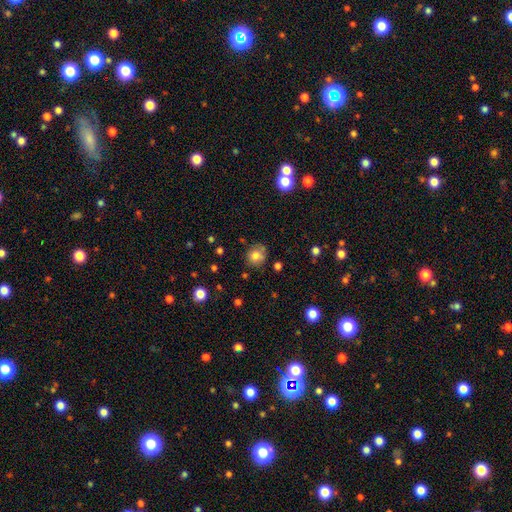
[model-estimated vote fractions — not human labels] Morphology: type=smooth (78%); roundness=round (80%); merging=none (71%).